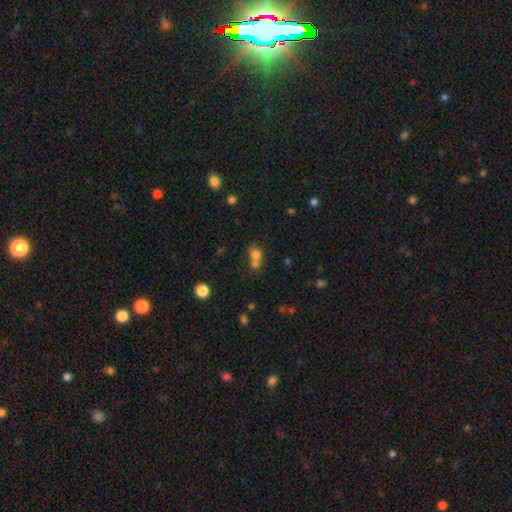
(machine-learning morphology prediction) Q: Smooth or featured?
A: smooth (73%); runner-up: star or artifact (14%)
Q: How rounded?
A: round (56%); runner-up: in between (43%)
Q: Merging?
A: merger (60%); runner-up: none (29%)